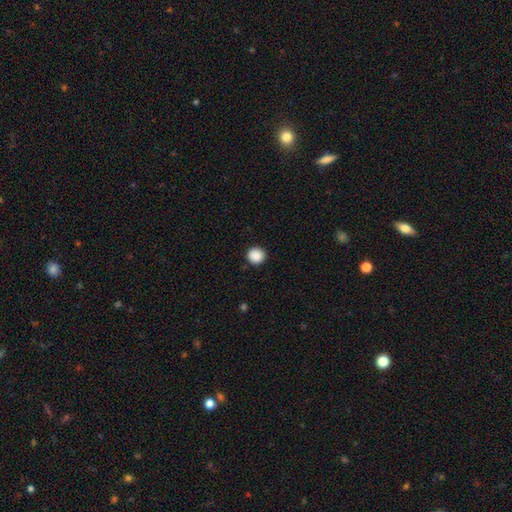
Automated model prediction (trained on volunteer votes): Smooth or featured? smooth (89%)
How rounded? round (92%)
Merging? none (91%)